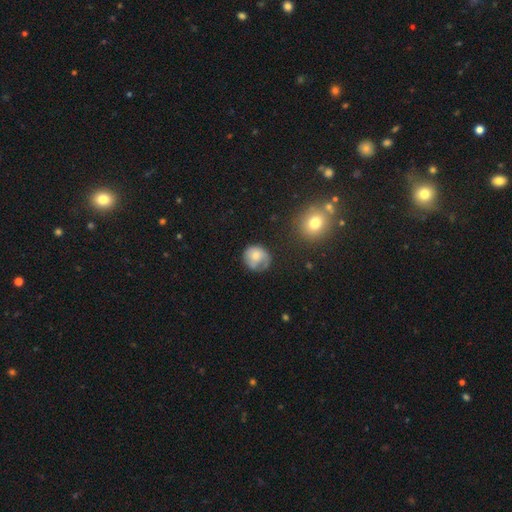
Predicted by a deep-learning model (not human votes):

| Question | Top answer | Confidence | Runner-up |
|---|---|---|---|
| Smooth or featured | smooth | 64% | featured or disk (28%) |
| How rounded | round | 78% | in between (21%) |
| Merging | none | 49% | minor disturbance (29%) |